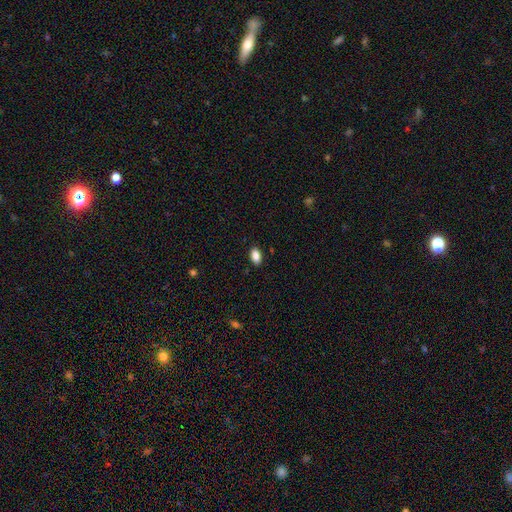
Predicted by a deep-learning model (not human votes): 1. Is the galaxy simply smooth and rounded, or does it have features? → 87% smooth, 8% star or artifact, 4% featured or disk.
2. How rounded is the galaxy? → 90% in between, 6% round, 3% cigar-shaped.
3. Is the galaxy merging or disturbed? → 89% none, 8% minor disturbance, 2% major disturbance, 1% merger.